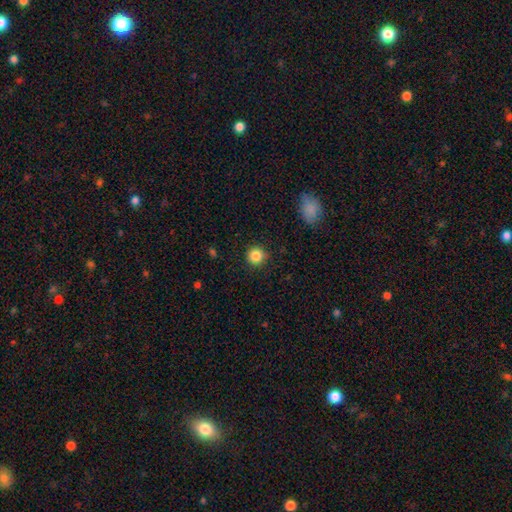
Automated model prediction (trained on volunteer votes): Smooth or featured? Predicted: smooth (p=0.85). How rounded? Predicted: round (p=0.94). Merging? Predicted: none (p=0.90).